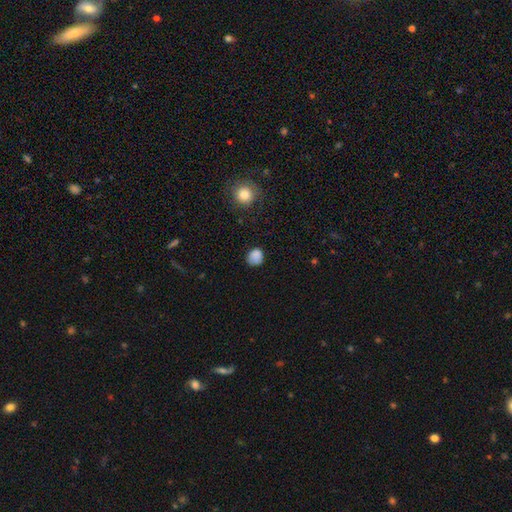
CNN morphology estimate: smooth-or-featured: smooth: 85% | star or artifact: 11% | featured or disk: 4%
  how-rounded: round: 79% | in between: 20% | cigar-shaped: 1%
  merging: none: 75% | minor disturbance: 18% | major disturbance: 5% | merger: 2%